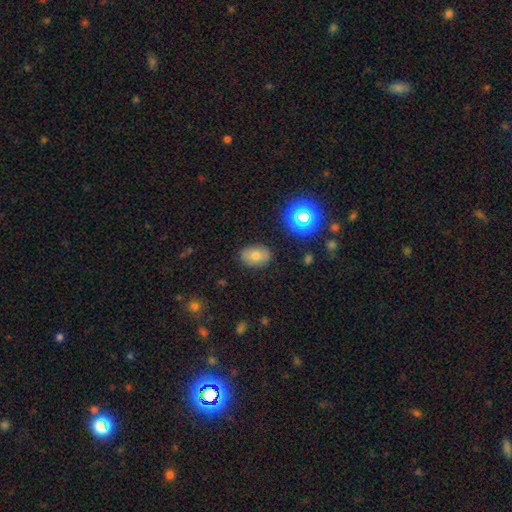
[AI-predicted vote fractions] Overall: smooth (69%). How rounded: in between (73%). Merging: none (83%).